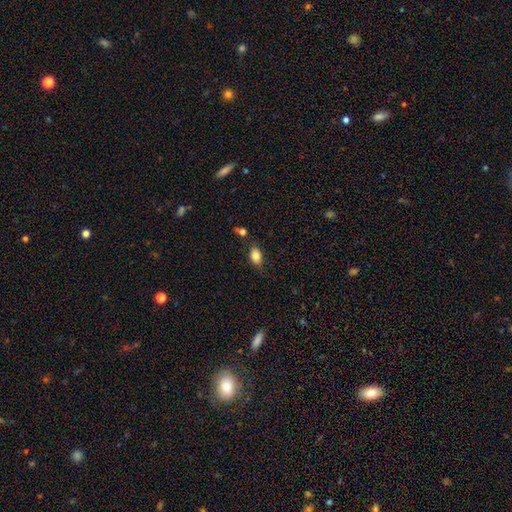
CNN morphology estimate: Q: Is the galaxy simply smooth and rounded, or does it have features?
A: smooth — 83%.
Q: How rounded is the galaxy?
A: in between — 86%.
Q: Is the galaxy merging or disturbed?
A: none — 75%.